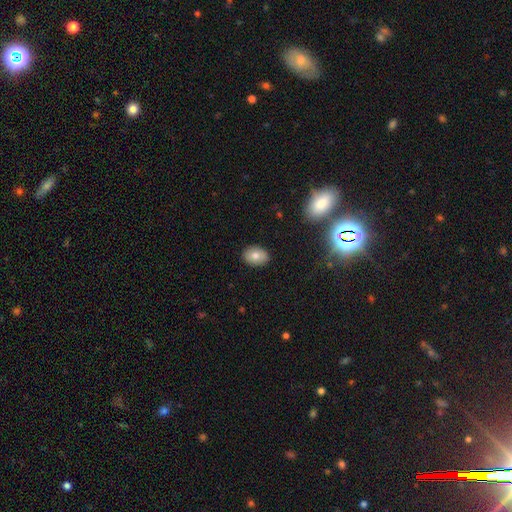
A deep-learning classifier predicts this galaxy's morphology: type=smooth (79%); roundness=in between (78%); merging=none (87%).